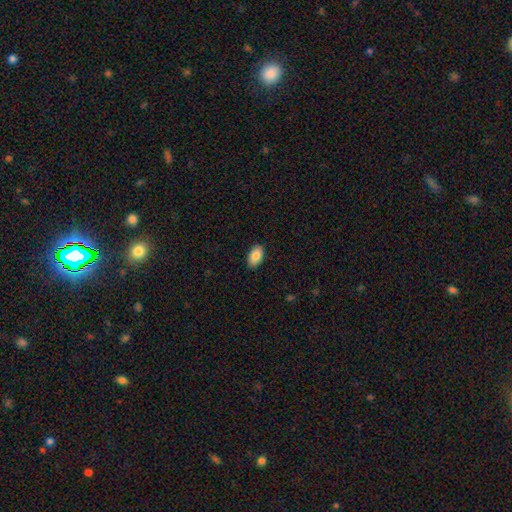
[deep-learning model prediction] This appears to be a smooth galaxy with no disk features (86%) that is in between round and cigar-shaped (94%). Merging: none (89%).